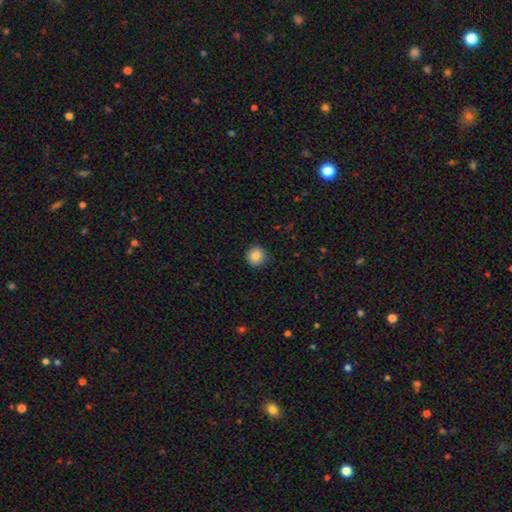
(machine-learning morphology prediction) Smooth or featured: smooth — 86% (star or artifact — 9%)
How rounded: round — 93% (in between — 6%)
Merging: none — 91% (minor disturbance — 6%)